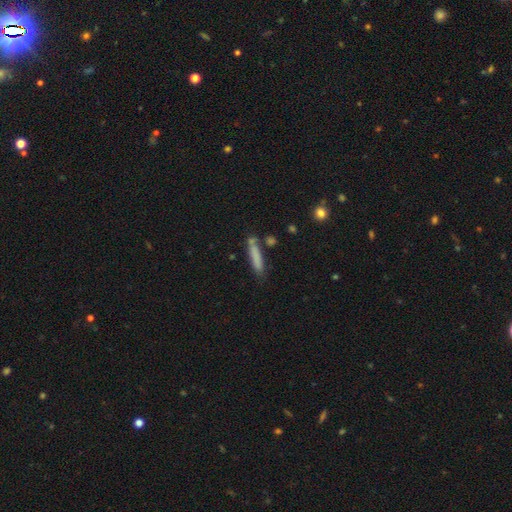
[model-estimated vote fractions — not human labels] Overall: smooth (77%). How rounded: cigar-shaped (87%). Merging: none (70%).